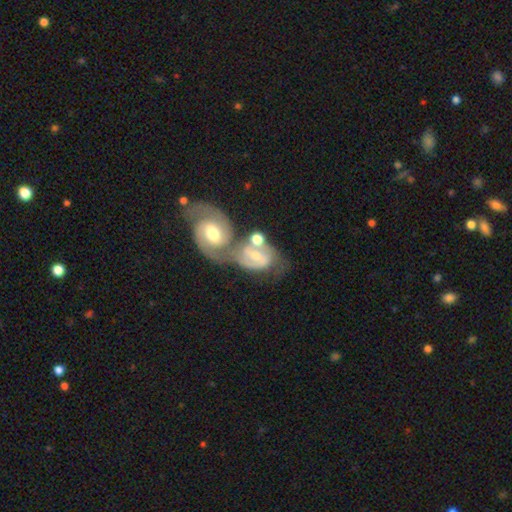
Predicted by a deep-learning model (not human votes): smooth-or-featured: featured or disk: 77% | smooth: 17% | star or artifact: 6%
  disk-edge-on: no: 97% | yes: 3%
    bar: weak: 49% | no: 28% | strong: 23%
    has-spiral-arms: yes: 91% | no: 9%
      spiral-winding: medium: 51% | tight: 30% | loose: 19%
      spiral-arm-count: 2: 81% | can't tell: 9% | 1: 5% | 3: 3% | 4: 1% | more than 4: 1%
    bulge-size: moderate: 55% | small: 38% | large: 4% | none: 2% | dominant: 1%
  merging: merger: 64% | none: 19% | minor disturbance: 10% | major disturbance: 7%